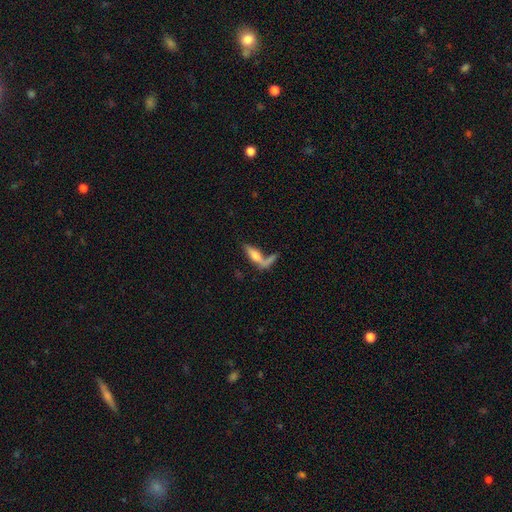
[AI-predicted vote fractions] The model was most divided on "merging": none: 41%, merger: 33%, minor disturbance: 13%, major disturbance: 12%. More confident: how rounded — cigar-shaped (64%); smooth or featured — smooth (51%).